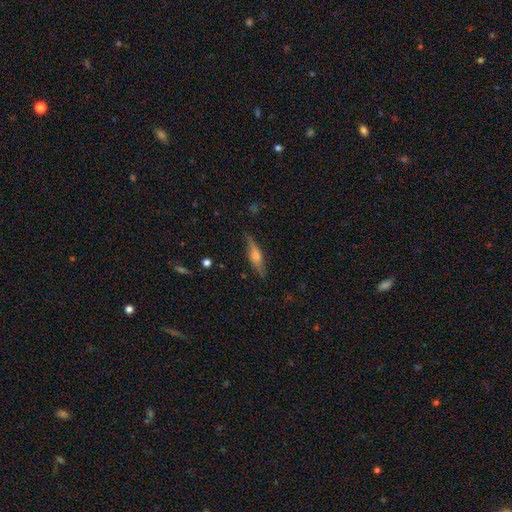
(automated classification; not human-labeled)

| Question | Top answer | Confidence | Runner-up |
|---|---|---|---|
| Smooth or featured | featured or disk | 55% | smooth (38%) |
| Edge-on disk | yes | 92% | no (8%) |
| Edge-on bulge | rounded | 80% | boxy (14%) |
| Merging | none | 82% | minor disturbance (13%) |